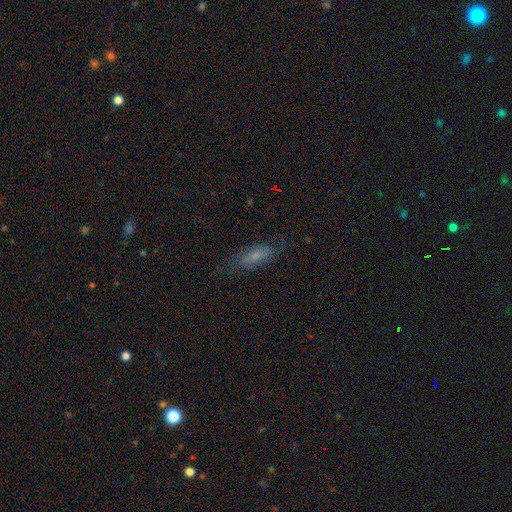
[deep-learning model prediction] This is possibly a smooth galaxy (51%). How rounded: possibly in between (55%). Merging: likely none (68%).